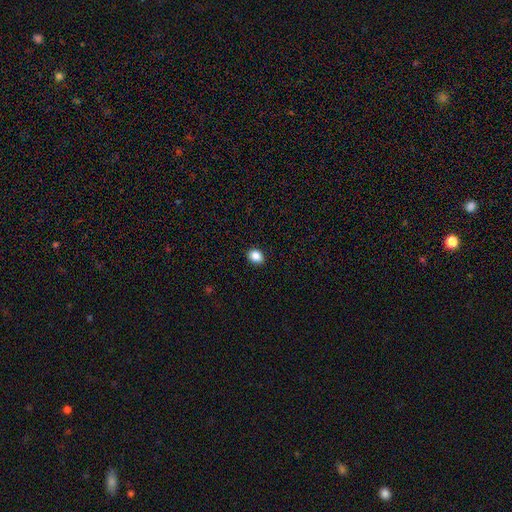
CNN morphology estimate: smooth 86%, star or artifact 9%, featured or disk 4%. Down the decision tree: how rounded — in between (55%); merging — none (91%).